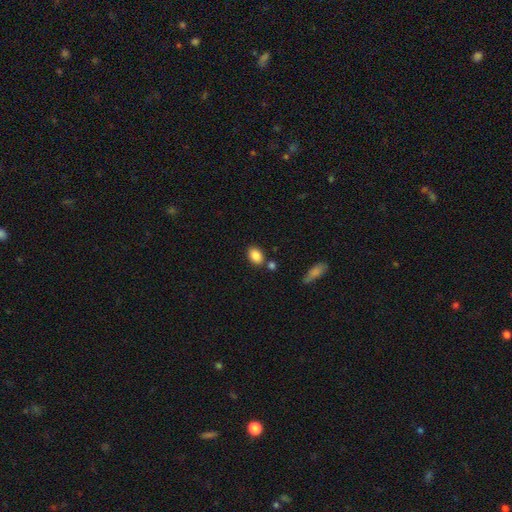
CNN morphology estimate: Overall: smooth (86%). How rounded: in between (79%). Merging: none (74%).